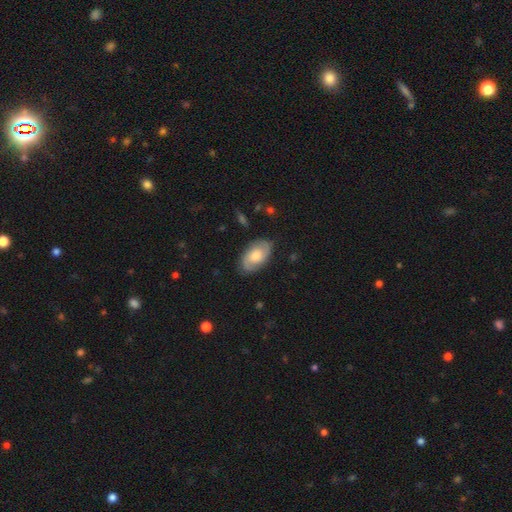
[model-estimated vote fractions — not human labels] Morphology: type=featured or disk (65%); edge-on=no (96%); bar=no (68%); spiral arms=yes (90%); winding=medium (43%); arm count=2 (85%); bulge=moderate (52%); merging=none (82%).